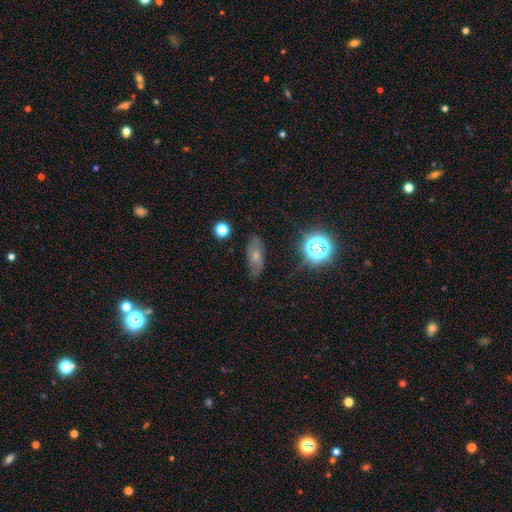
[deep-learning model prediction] This appears to be a smooth galaxy with no disk features (51%) that is in between round and cigar-shaped (77%). Merging: none (74%).